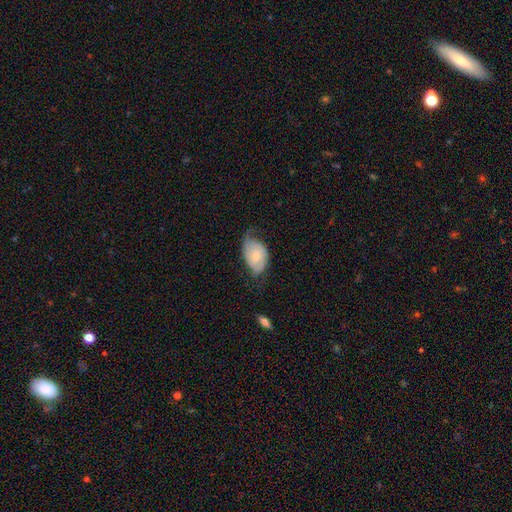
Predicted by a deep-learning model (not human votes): featured or disk 56%, smooth 38%, star or artifact 6%. Down the decision tree: edge-on disk — no (95%); bar — no (76%); spiral arms — yes (79%); bulge size — small (56%); merging — none (37%).